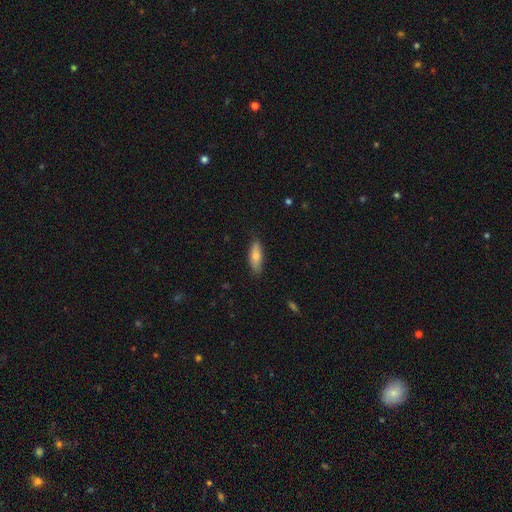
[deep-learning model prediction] Smooth or featured: smooth — 72% (featured or disk — 21%)
How rounded: in between — 60% (cigar-shaped — 38%)
Merging: none — 80% (minor disturbance — 16%)